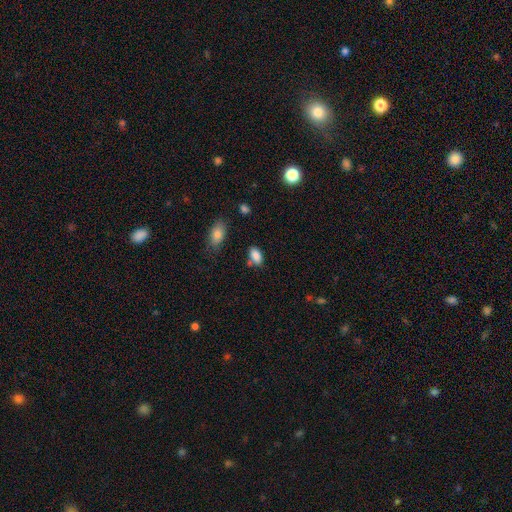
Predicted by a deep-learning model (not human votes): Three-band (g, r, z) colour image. It shows a smooth galaxy with no disk features (85%) that is in between round and cigar-shaped (91%). Merging: none (63%).